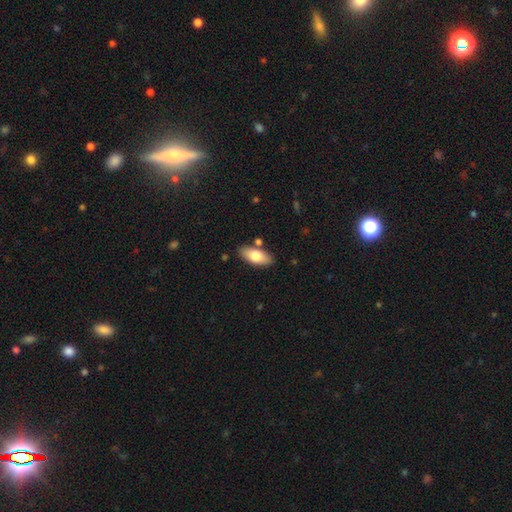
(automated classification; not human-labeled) The model was most divided on "smooth or featured": smooth: 73%, featured or disk: 21%, star or artifact: 6%. More confident: how rounded — in between (86%); merging — none (83%).